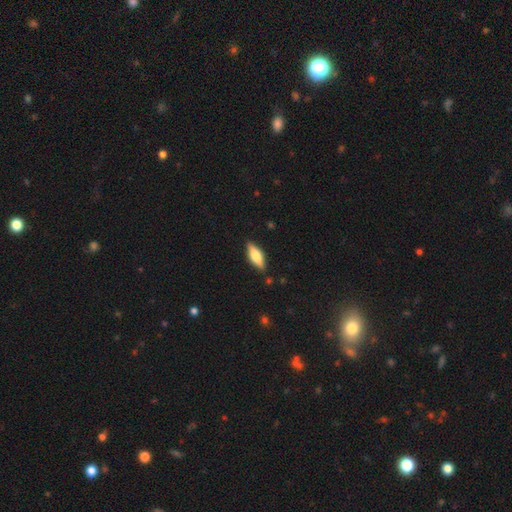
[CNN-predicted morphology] This is possibly a smooth galaxy (56%). How rounded: likely in between (61%). Merging: clearly none (87%).